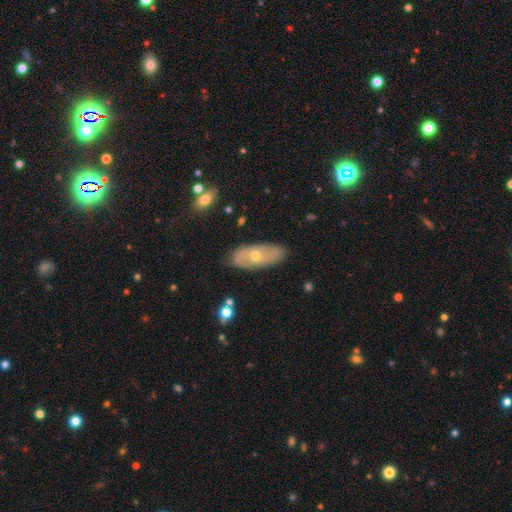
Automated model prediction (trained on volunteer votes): The model was most divided on "smooth or featured": featured or disk: 51%, smooth: 41%, star or artifact: 8%. More confident: merging — none (80%); edge-on disk — no (79%).